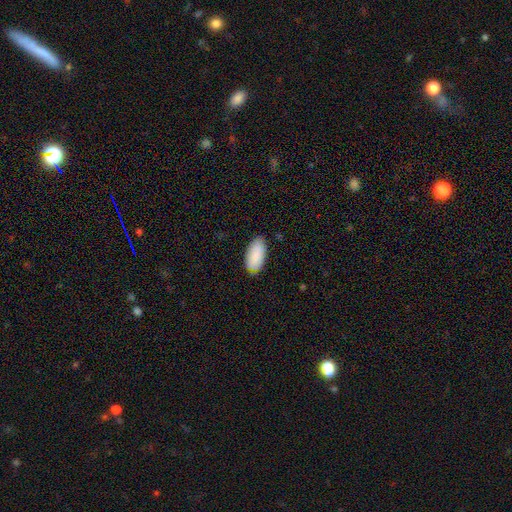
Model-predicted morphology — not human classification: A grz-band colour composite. It shows a smooth galaxy with no disk features (89%) that is in between round and cigar-shaped (94%). Merging: none (80%).